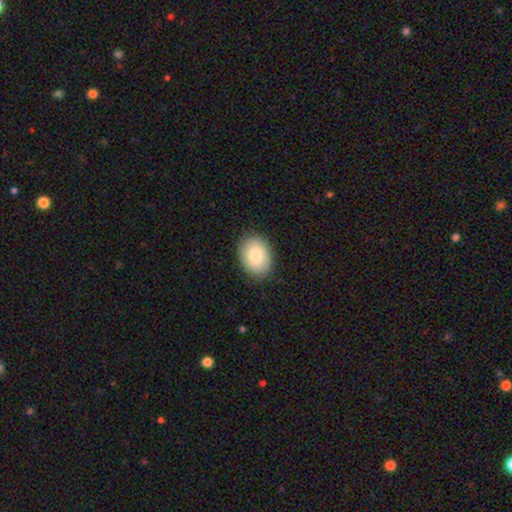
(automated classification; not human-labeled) A smooth galaxy with no disk features (84%) that is in between round and cigar-shaped (66%). Merging: none (87%).